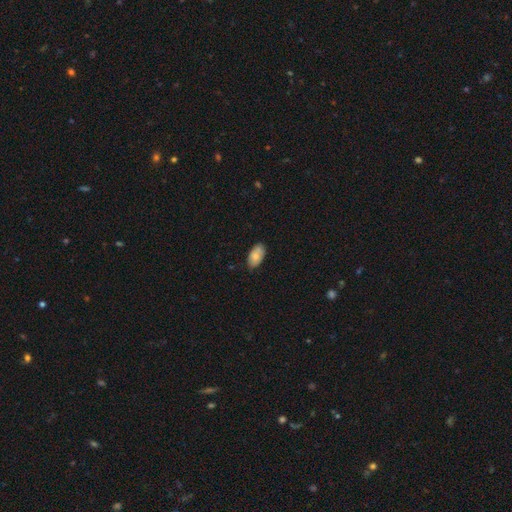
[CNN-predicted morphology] The model was most divided on "merging": none: 77%, minor disturbance: 19%, major disturbance: 2%, merger: 2%. More confident: how rounded — in between (94%); smooth or featured — smooth (77%).